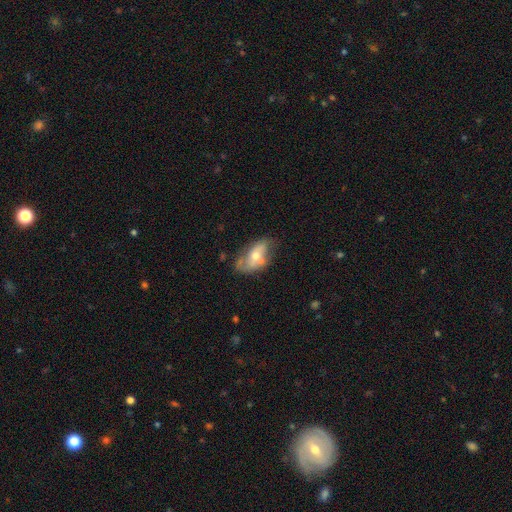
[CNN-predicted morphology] A smooth galaxy with no disk features (47%).

Vote fractions:
- Smooth or featured? smooth: 47% / featured or disk: 46% / star or artifact: 7%
- Merging? none: 48% / minor disturbance: 31% / major disturbance: 13% / merger: 9%